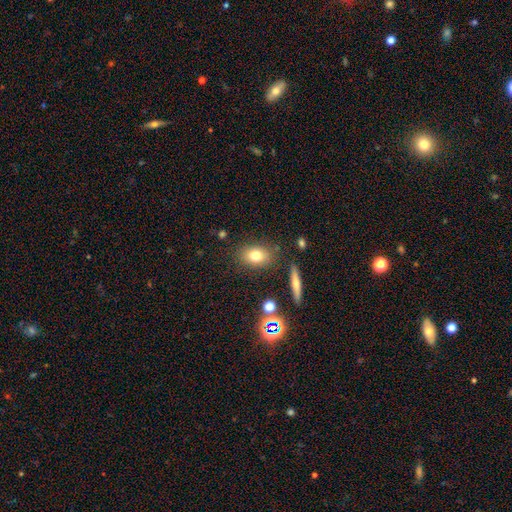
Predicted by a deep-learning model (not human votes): smooth-or-featured: smooth: 74% | featured or disk: 13% | star or artifact: 13%
  how-rounded: in between: 68% | round: 29% | cigar-shaped: 3%
  merging: none: 82% | minor disturbance: 11% | merger: 4% | major disturbance: 4%